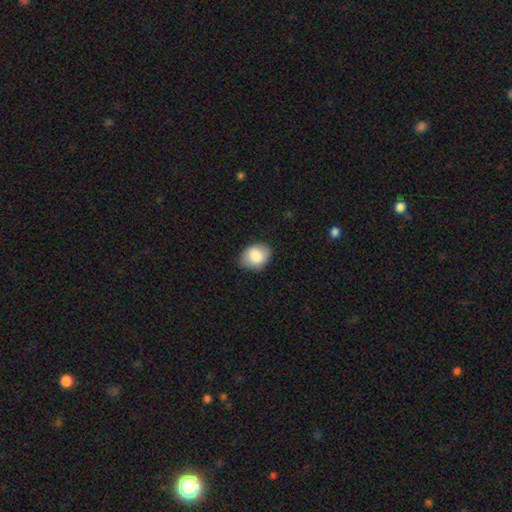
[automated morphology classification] A smooth galaxy with no disk features (86%) that is in between round and cigar-shaped (66%).

Vote fractions:
- Smooth or featured? smooth: 86% / featured or disk: 7% / star or artifact: 7%
- How rounded? in between: 66% / round: 33% / cigar-shaped: 1%
- Merging? none: 80% / minor disturbance: 16% / major disturbance: 3% / merger: 1%